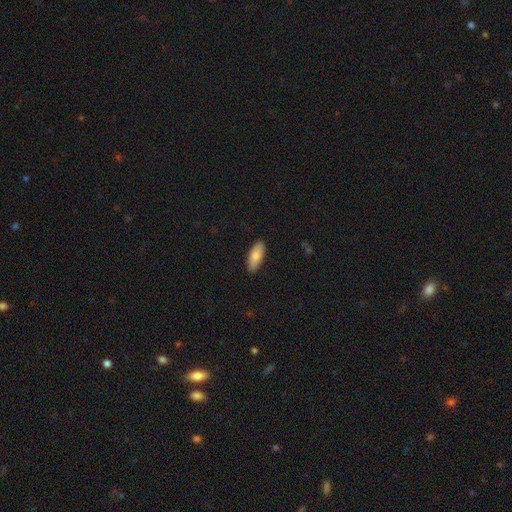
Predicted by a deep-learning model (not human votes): Smooth or featured: smooth — 81% (featured or disk — 14%)
How rounded: in between — 78% (cigar-shaped — 20%)
Merging: none — 89% (minor disturbance — 8%)